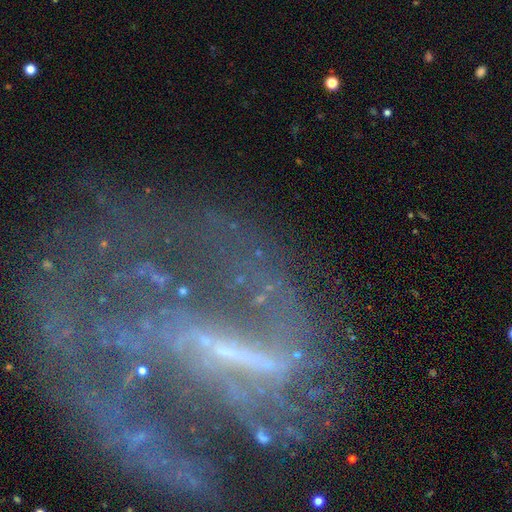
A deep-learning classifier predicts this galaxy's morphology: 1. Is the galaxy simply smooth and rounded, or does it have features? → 81% featured or disk, 12% star or artifact, 7% smooth.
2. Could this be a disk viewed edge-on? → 95% no, 5% yes.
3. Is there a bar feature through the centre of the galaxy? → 54% strong, 29% weak, 17% no.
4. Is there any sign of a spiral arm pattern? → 75% yes, 25% no.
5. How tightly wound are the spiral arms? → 51% loose, 32% medium, 16% tight.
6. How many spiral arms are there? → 42% 2, 23% can't tell, 17% 1, 8% 3, 5% 4, 5% more than 4.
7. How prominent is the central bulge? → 41% none, 40% small, 15% moderate, 2% large, 2% dominant.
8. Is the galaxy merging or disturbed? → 41% major disturbance, 36% none, 16% minor disturbance, 7% merger.